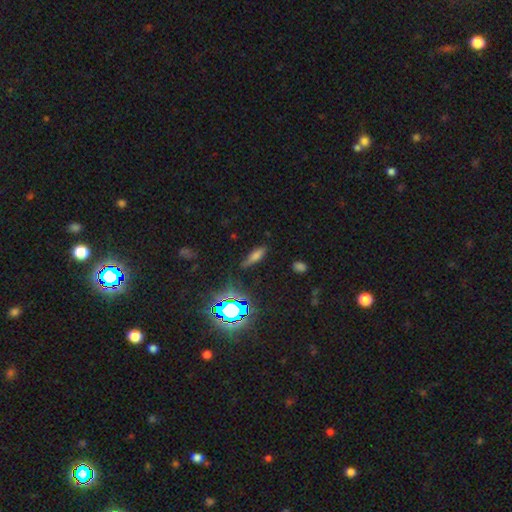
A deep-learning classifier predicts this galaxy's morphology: Smooth or featured?
  - smooth: 58% *
  - star or artifact: 25%
  - featured or disk: 17%
How rounded?
  - cigar-shaped: 55% *
  - in between: 40%
  - round: 5%
Merging?
  - none: 78% *
  - minor disturbance: 15%
  - major disturbance: 5%
  - merger: 2%